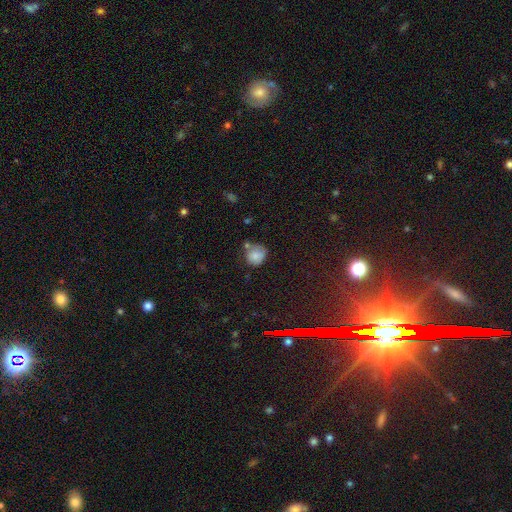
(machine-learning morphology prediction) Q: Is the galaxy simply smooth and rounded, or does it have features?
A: smooth — 77%.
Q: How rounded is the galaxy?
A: round — 79%.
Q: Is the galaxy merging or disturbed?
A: none — 55%.